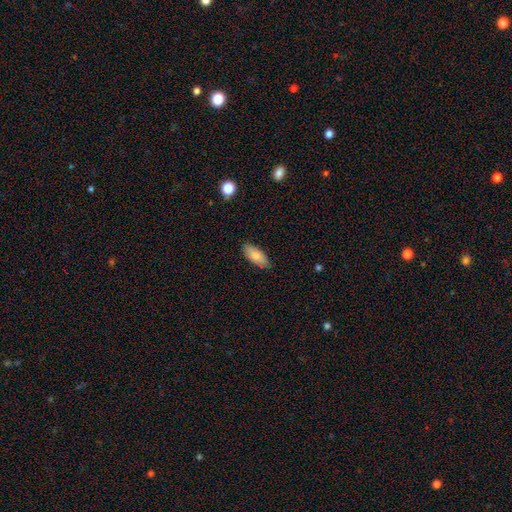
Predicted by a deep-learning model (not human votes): Overall: smooth (83%). How rounded: in between (84%). Merging: none (84%).